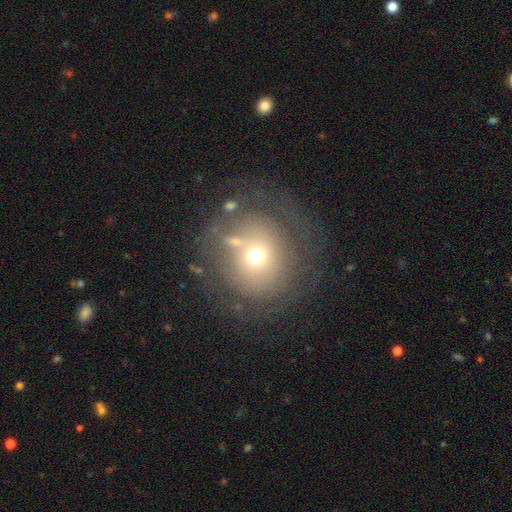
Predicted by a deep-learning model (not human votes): A smooth galaxy with no disk features (52%) that is round (85%).

Vote fractions:
- Smooth or featured? smooth: 52% / featured or disk: 31% / star or artifact: 18%
- How rounded? round: 85% / in between: 14% / cigar-shaped: 1%
- Merging? none: 56% / major disturbance: 21% / minor disturbance: 18% / merger: 5%